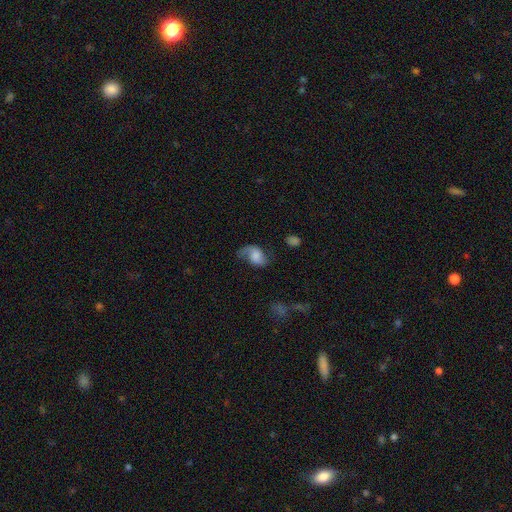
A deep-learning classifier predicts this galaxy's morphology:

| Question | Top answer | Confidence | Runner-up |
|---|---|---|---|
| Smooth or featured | featured or disk | 57% | smooth (34%) |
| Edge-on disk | no | 97% | yes (3%) |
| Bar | no | 58% | weak (34%) |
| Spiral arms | yes | 91% | no (9%) |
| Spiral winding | loose | 60% | medium (31%) |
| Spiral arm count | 2 | 71% | 1 (23%) |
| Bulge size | large | 28% | moderate (26%) |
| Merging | none | 52% | minor disturbance (26%) |